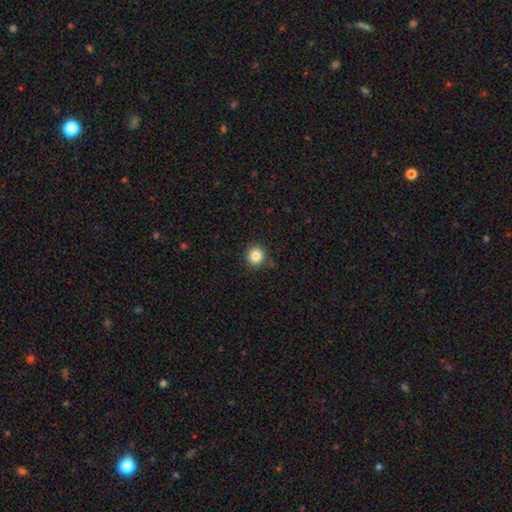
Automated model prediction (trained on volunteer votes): The model was most divided on "smooth or featured": smooth: 84%, star or artifact: 10%, featured or disk: 6%. More confident: how rounded — round (92%); merging — none (90%).